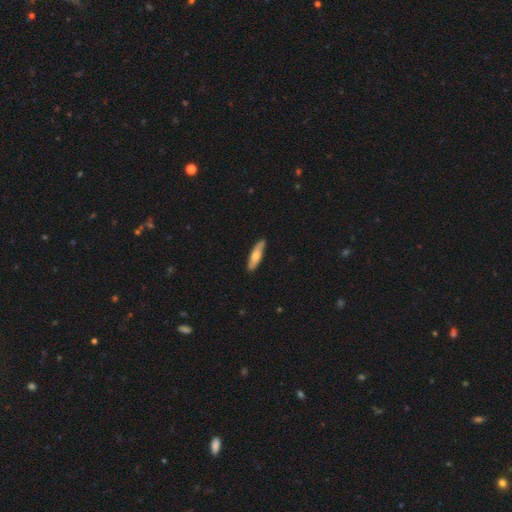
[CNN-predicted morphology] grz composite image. It shows a smooth galaxy with no disk features (61%) that is cigar-shaped (72%). Merging: none (85%).